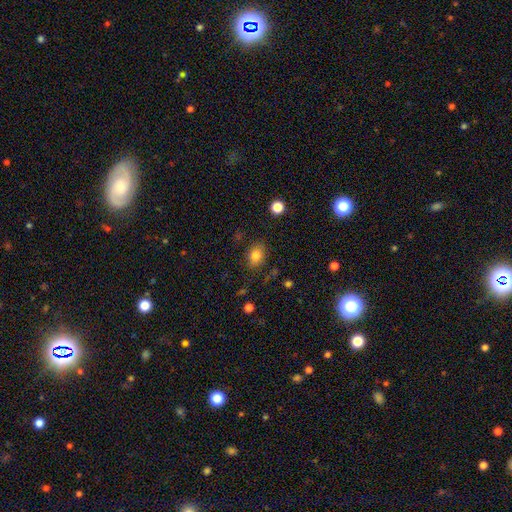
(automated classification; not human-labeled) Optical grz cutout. It shows a smooth galaxy with no disk features (82%) that is in between round and cigar-shaped (62%). Merging: none (79%).